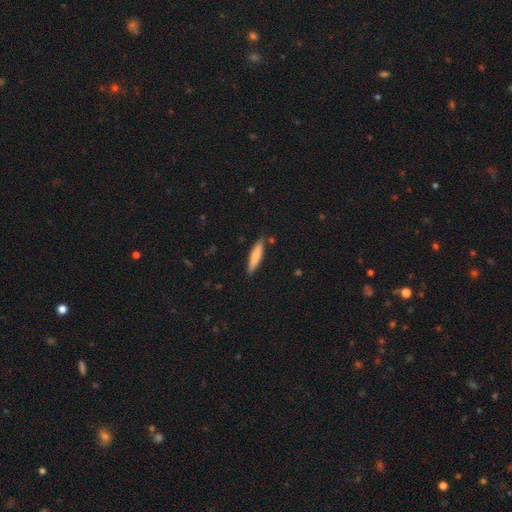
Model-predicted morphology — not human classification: type=smooth (76%); roundness=cigar-shaped (83%); merging=none (84%).